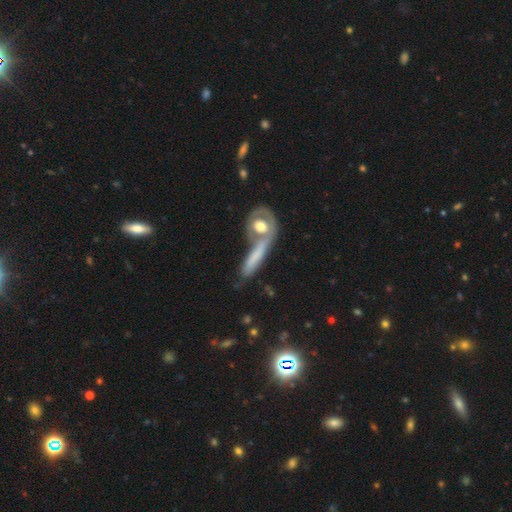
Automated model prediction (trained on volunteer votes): smooth_or_featured: smooth (p=0.56) [alt: featured or disk p=0.38]
how_rounded: cigar-shaped (p=0.57) [alt: in between p=0.27]
merging: none (p=0.47) [alt: merger p=0.33]